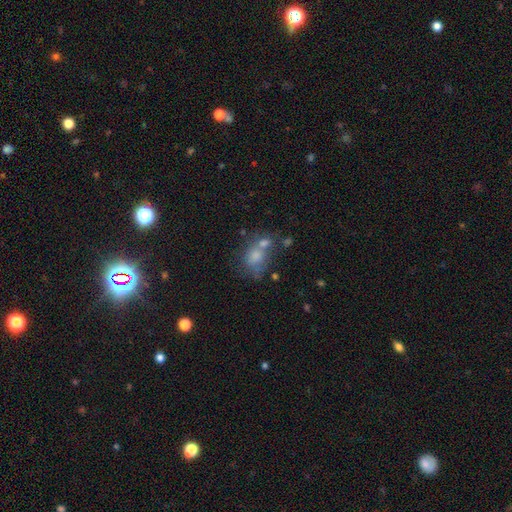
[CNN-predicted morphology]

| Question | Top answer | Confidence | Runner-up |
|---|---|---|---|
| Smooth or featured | smooth | 56% | star or artifact (24%) |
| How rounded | round | 54% | in between (44%) |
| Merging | none | 41% | merger (35%) |